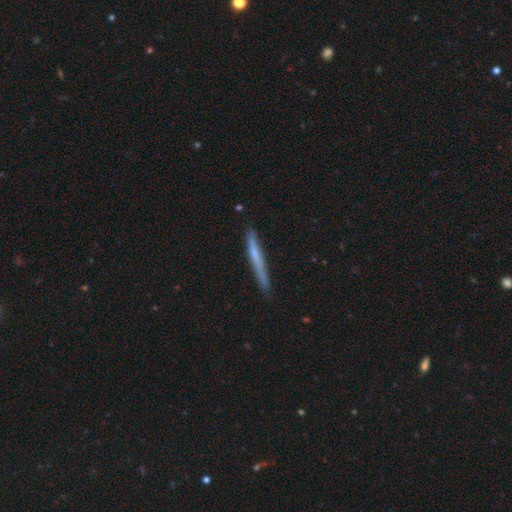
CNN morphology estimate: A smooth galaxy with no disk features (50%) that is cigar-shaped (97%). Merging: none (80%).